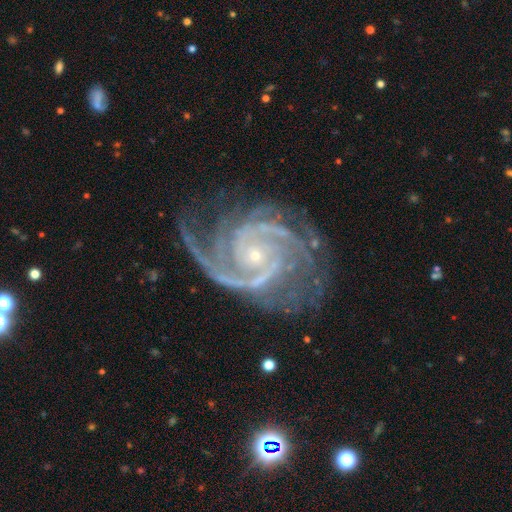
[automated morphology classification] smooth-or-featured: featured or disk: 93% | star or artifact: 5% | smooth: 2%
  disk-edge-on: no: 98% | yes: 2%
    bar: no: 69% | weak: 21% | strong: 11%
    has-spiral-arms: yes: 99% | no: 1%
      spiral-winding: tight: 52% | medium: 41% | loose: 7%
      spiral-arm-count: 2: 34% | 3: 24% | 4: 13% | can't tell: 11% | more than 4: 9% | 1: 8%
    bulge-size: small: 87% | moderate: 10% | none: 1% | large: 1% | dominant: 1%
  merging: none: 66% | minor disturbance: 19% | major disturbance: 13% | merger: 2%